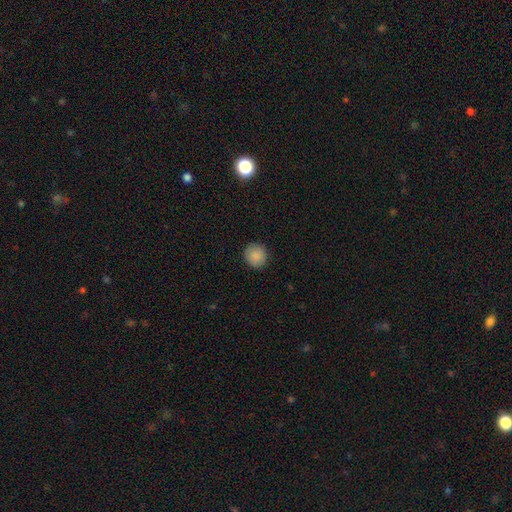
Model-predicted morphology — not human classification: Smooth or featured? Predicted: smooth (p=0.88). How rounded? Predicted: round (p=0.92). Merging? Predicted: none (p=0.91).